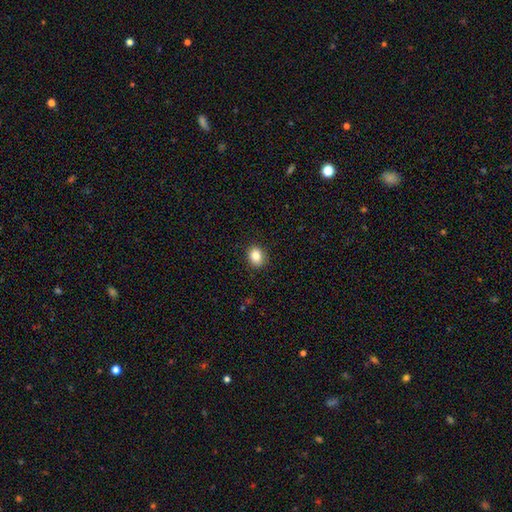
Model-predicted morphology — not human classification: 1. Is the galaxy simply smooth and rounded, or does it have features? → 85% smooth, 9% star or artifact, 6% featured or disk.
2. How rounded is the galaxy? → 53% in between, 46% round, 1% cigar-shaped.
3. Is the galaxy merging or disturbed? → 88% none, 9% minor disturbance, 2% major disturbance, 1% merger.